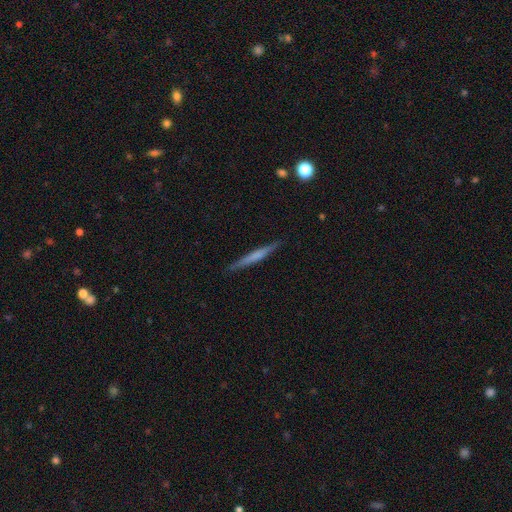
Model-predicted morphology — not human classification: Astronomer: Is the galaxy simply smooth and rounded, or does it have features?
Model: smooth — 48% (runner-up: featured or disk, 46%).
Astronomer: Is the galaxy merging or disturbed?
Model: none — 90%.